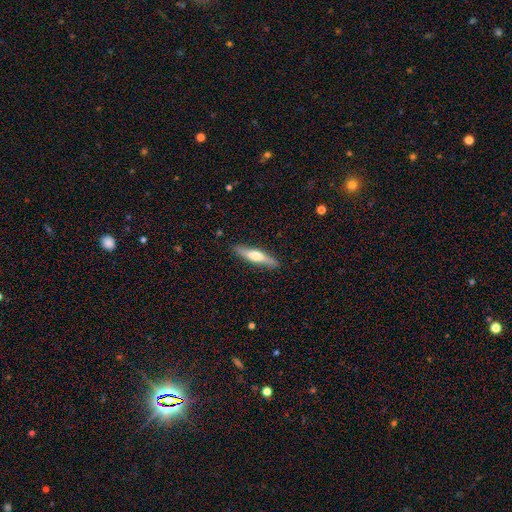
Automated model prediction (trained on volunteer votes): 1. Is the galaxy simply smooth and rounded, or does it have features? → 48% featured or disk, 47% smooth, 5% star or artifact.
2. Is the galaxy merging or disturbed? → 87% none, 10% minor disturbance, 2% major disturbance, 1% merger.